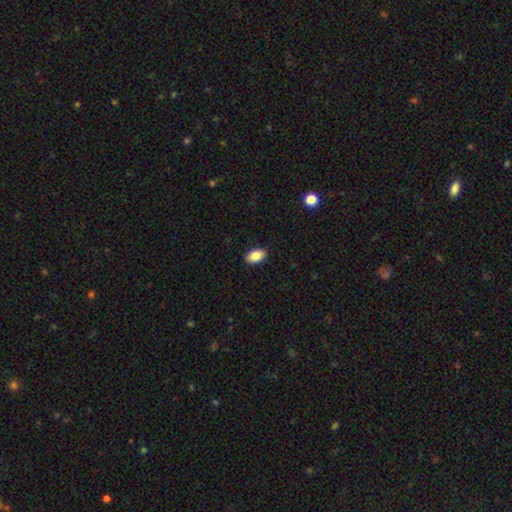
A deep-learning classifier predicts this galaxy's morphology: type=smooth (86%); roundness=in between (92%); merging=none (90%).